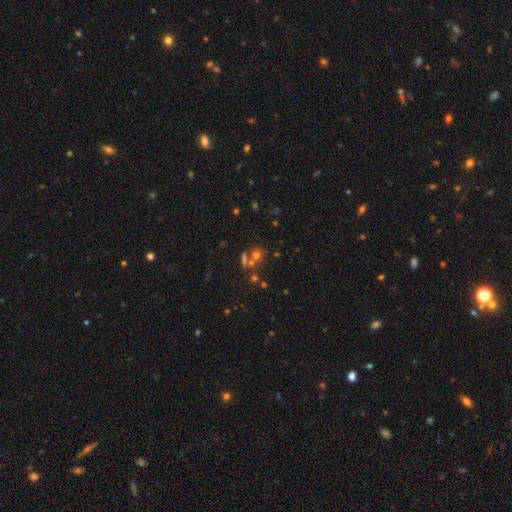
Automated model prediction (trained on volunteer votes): Smooth or featured? Predicted: smooth (p=0.46). Merging? Predicted: none (p=0.53).